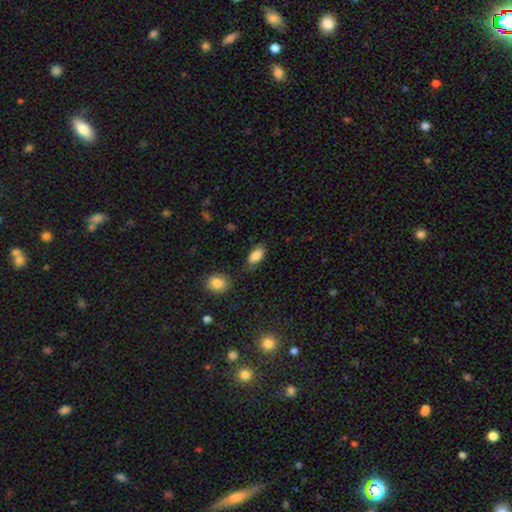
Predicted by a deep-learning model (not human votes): smooth 86%, star or artifact 8%, featured or disk 7%. Down the decision tree: how rounded — in between (91%); merging — none (74%).